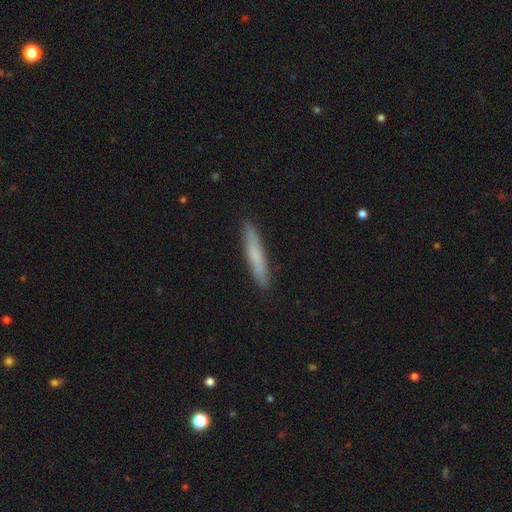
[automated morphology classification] smooth-or-featured: smooth: 69% | featured or disk: 24% | star or artifact: 6%
  how-rounded: cigar-shaped: 94% | in between: 5% | round: 1%
  merging: none: 90% | minor disturbance: 7% | major disturbance: 1% | merger: 1%